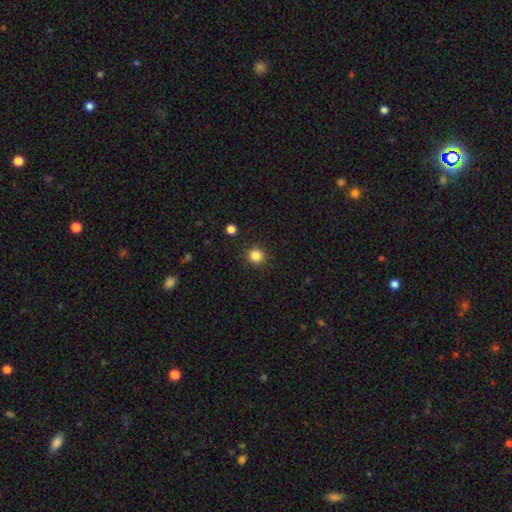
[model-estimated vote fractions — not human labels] Smooth or featured: smooth — 84% (star or artifact — 12%)
How rounded: round — 93% (in between — 6%)
Merging: none — 91% (minor disturbance — 6%)